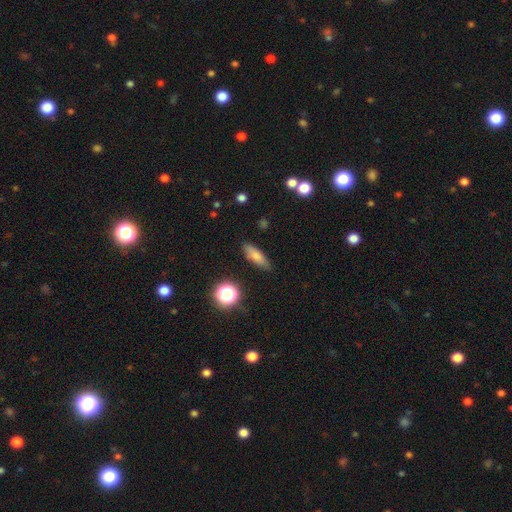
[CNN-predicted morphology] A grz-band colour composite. It shows a smooth galaxy with no disk features (77%) that is in between round and cigar-shaped (48%, tied with cigar-shaped). Merging: none (85%).